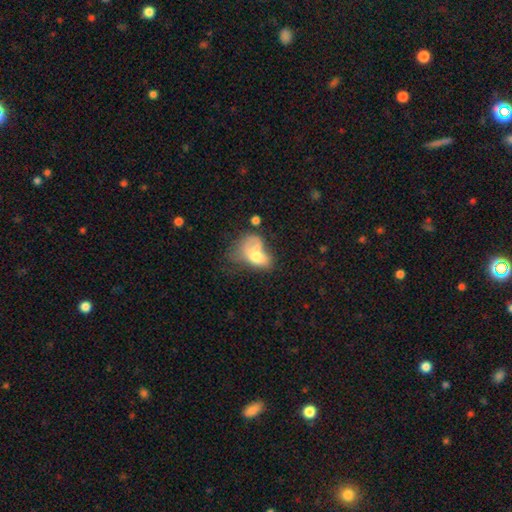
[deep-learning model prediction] smooth_or_featured: smooth (p=0.61) [alt: featured or disk p=0.29]
how_rounded: in between (p=0.83) [alt: round p=0.15]
merging: major disturbance (p=0.38) [alt: merger p=0.27]